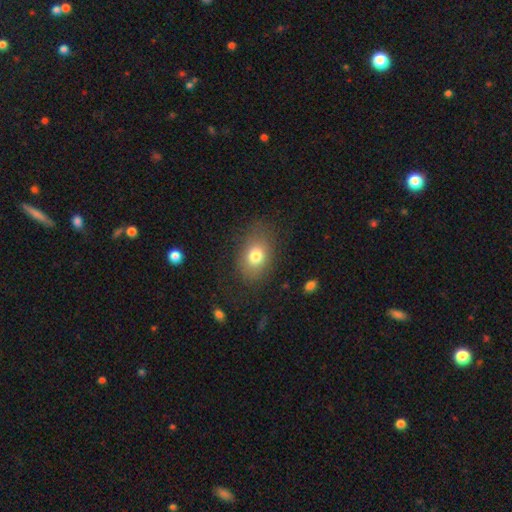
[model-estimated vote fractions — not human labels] Smooth or featured? smooth (77%)
How rounded? in between (72%)
Merging? none (74%)